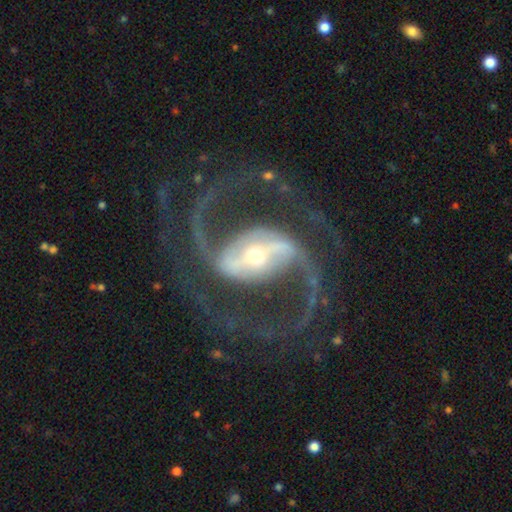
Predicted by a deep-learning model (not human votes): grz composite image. It shows a featured or disk galaxy (93%) with a strong bar (67%), 2 (92%) medium (60%) spiral arms (98%) and a moderate central bulge (48%). Merging: none (76%).